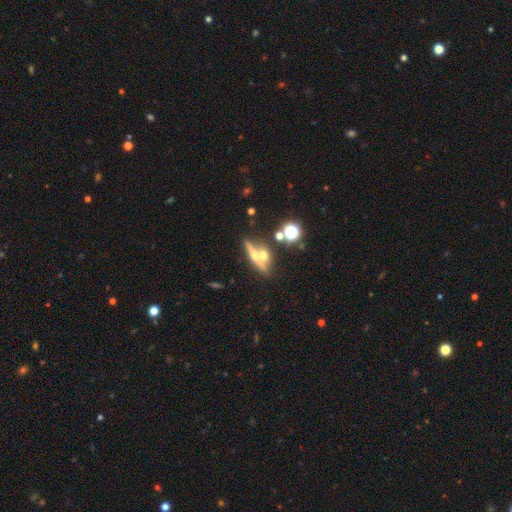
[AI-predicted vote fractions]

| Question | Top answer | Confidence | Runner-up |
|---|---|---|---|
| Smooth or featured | featured or disk | 53% | smooth (34%) |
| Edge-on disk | yes | 79% | no (21%) |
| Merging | none | 48% | merger (36%) |